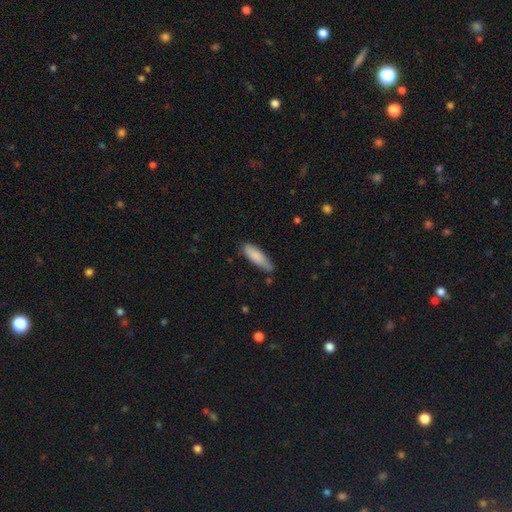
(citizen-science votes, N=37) Smooth or featured: smooth — 89% (featured or disk — 8%)
How rounded: cigar-shaped — 67% (in between — 33%)
Merging: none — 61% (minor disturbance — 31%)